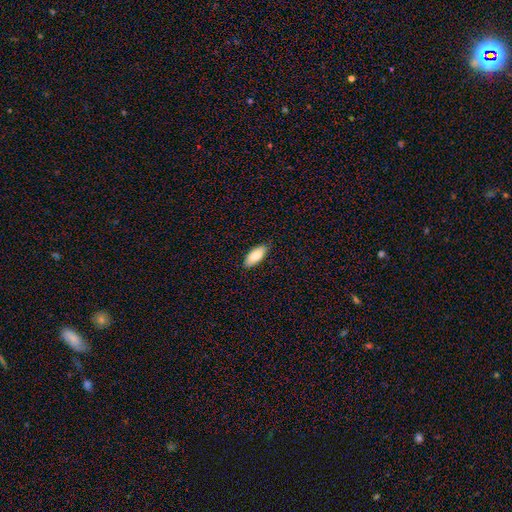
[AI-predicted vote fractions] The model was most divided on "smooth or featured": smooth: 81%, featured or disk: 13%, star or artifact: 6%. More confident: how rounded — in between (85%); merging — none (84%).